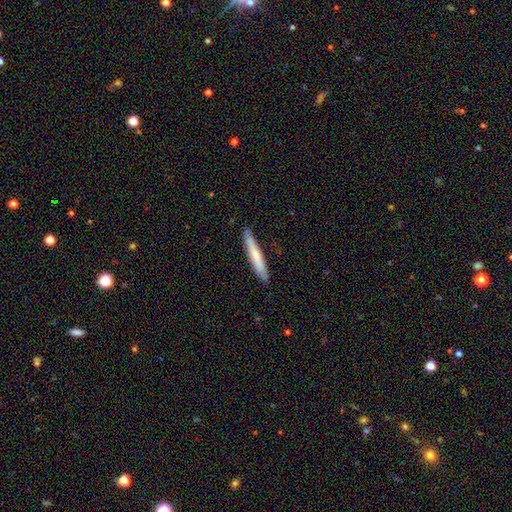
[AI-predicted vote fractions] Smooth or featured? smooth (68%)
How rounded? cigar-shaped (94%)
Merging? none (88%)